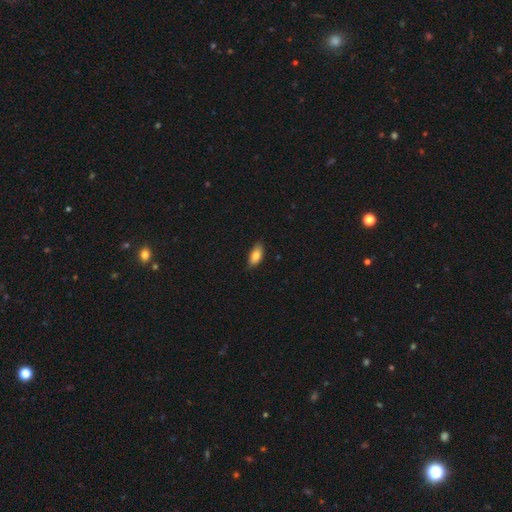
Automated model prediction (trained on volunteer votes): A smooth galaxy with no disk features (82%) that is in between round and cigar-shaped (87%). Merging: none (80%).